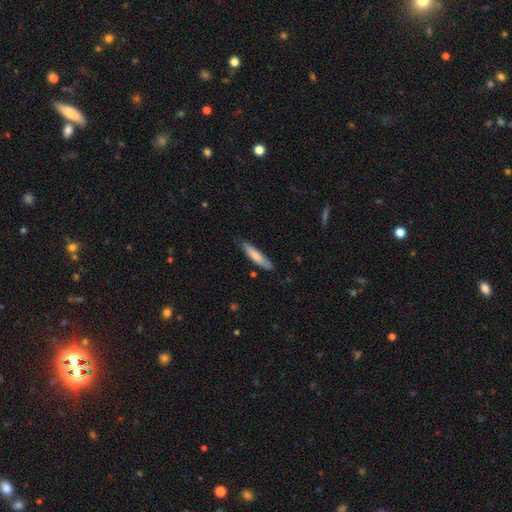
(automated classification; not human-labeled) Smooth or featured?
  - smooth: 74% *
  - featured or disk: 20%
  - star or artifact: 5%
How rounded?
  - cigar-shaped: 81% *
  - in between: 18%
  - round: 1%
Merging?
  - none: 77% *
  - minor disturbance: 19%
  - major disturbance: 3%
  - merger: 2%